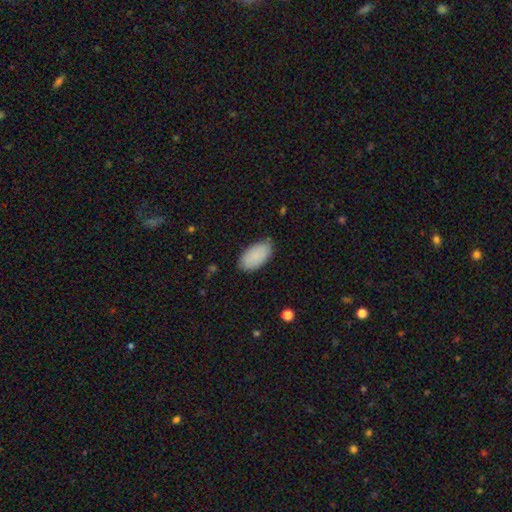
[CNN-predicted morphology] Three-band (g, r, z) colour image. It shows a smooth galaxy with no disk features (87%) that is in between round and cigar-shaped (95%). Merging: none (82%).